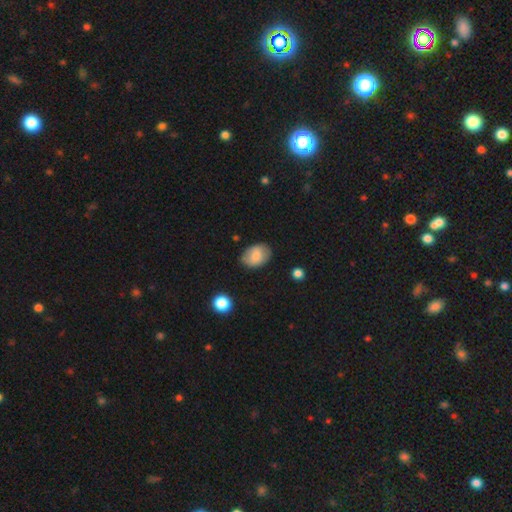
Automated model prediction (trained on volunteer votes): This is likely a smooth galaxy (78%). How rounded: clearly in between (81%). Merging: likely none (76%).